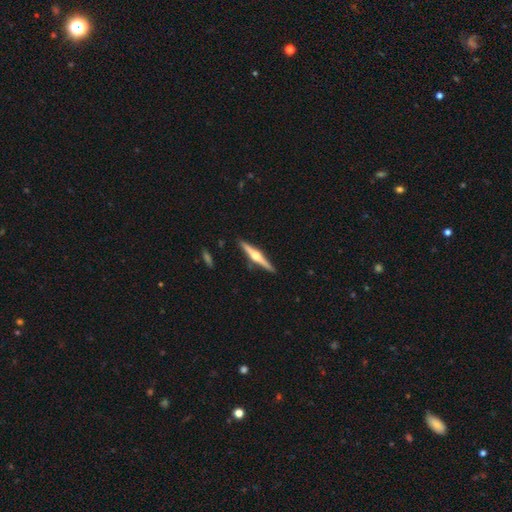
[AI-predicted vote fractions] This appears to be a featured or disk galaxy (79%) viewed edge-on (98%) with a rounded central bulge (95%). Merging: none (91%).